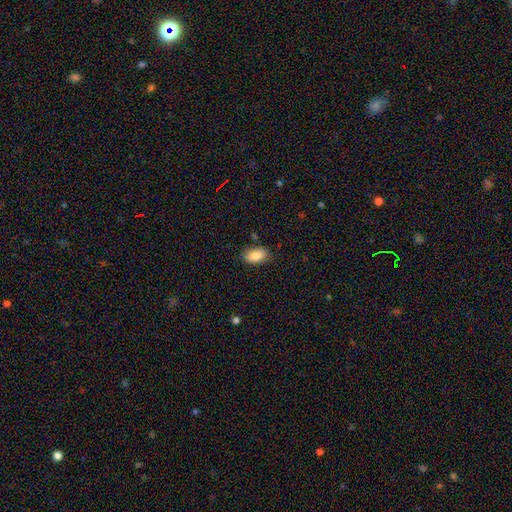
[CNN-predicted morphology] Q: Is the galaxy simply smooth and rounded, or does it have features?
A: smooth — 83%.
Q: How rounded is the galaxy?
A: in between — 91%.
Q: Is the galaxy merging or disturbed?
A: none — 82%.